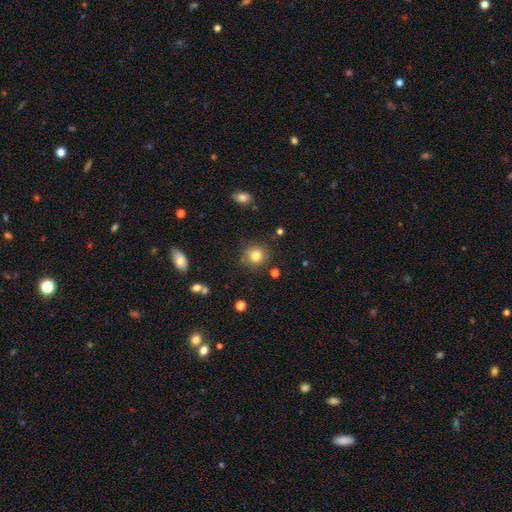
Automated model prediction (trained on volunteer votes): Morphology: type=smooth (81%); roundness=round (89%); merging=none (83%).